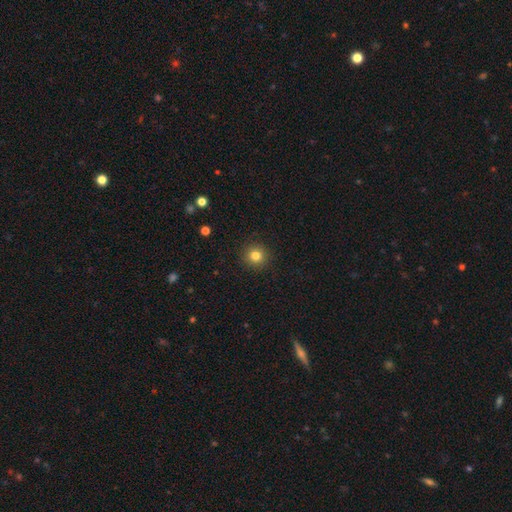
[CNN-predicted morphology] smooth-or-featured: smooth: 82% | star or artifact: 12% | featured or disk: 6%
  how-rounded: round: 94% | in between: 5% | cigar-shaped: 1%
  merging: none: 92% | minor disturbance: 5% | major disturbance: 2% | merger: 1%